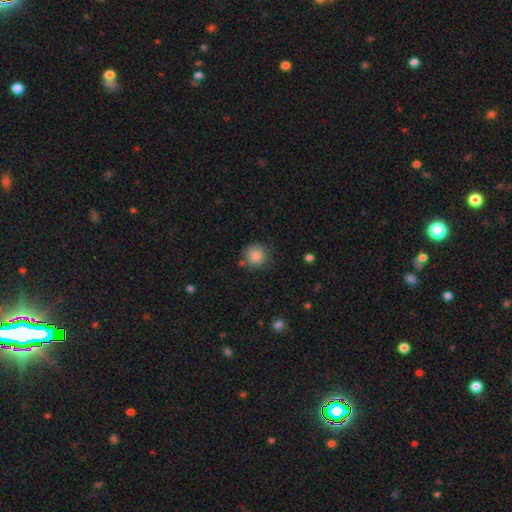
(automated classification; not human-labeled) Smooth or featured?
  - smooth: 86% *
  - star or artifact: 9%
  - featured or disk: 5%
How rounded?
  - round: 92% *
  - in between: 7%
  - cigar-shaped: 1%
Merging?
  - none: 77% *
  - minor disturbance: 14%
  - merger: 5%
  - major disturbance: 4%